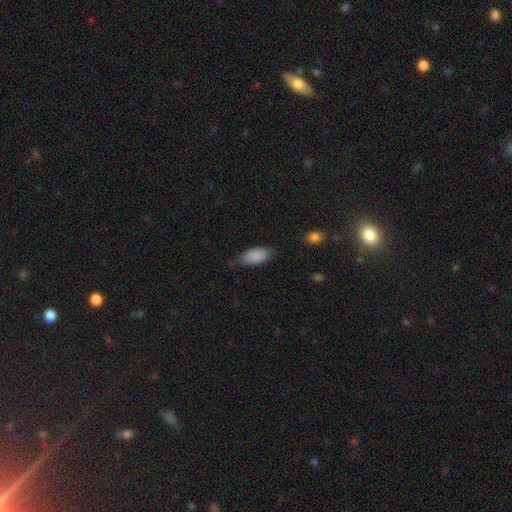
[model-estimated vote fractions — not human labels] smooth-or-featured: smooth: 88% | star or artifact: 6% | featured or disk: 6%
  how-rounded: in between: 88% | cigar-shaped: 11% | round: 2%
  merging: none: 73% | minor disturbance: 21% | major disturbance: 4% | merger: 2%